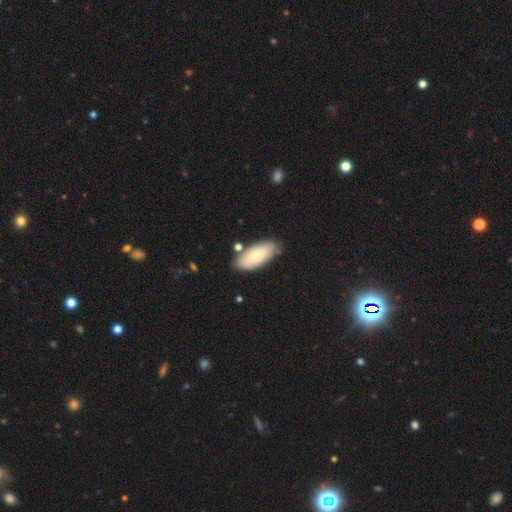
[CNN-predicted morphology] Overall: smooth (67%). How rounded: in between (88%). Merging: none (77%).